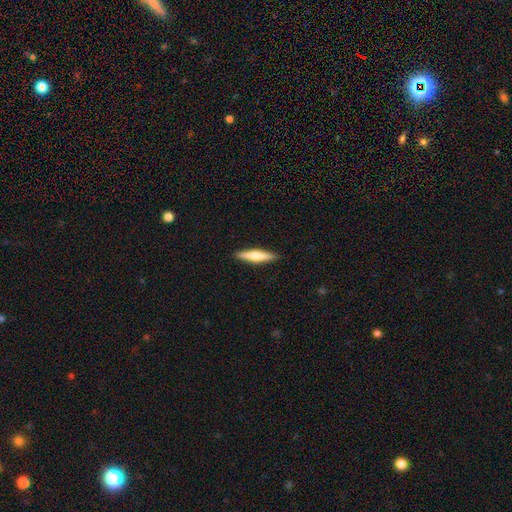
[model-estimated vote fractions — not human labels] Overall: smooth (57%; featured or disk 38%). How rounded: cigar-shaped (86%). Merging: none (91%).